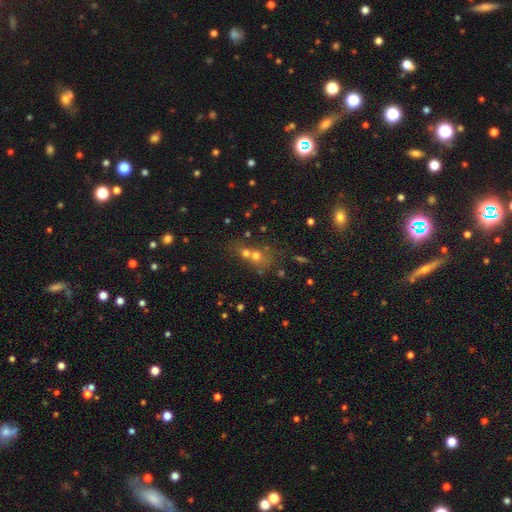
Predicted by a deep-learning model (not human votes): smooth_or_featured: smooth (p=0.55) [alt: star or artifact p=0.23]
how_rounded: round (p=0.70) [alt: in between p=0.27]
merging: merger (p=0.59) [alt: none p=0.29]